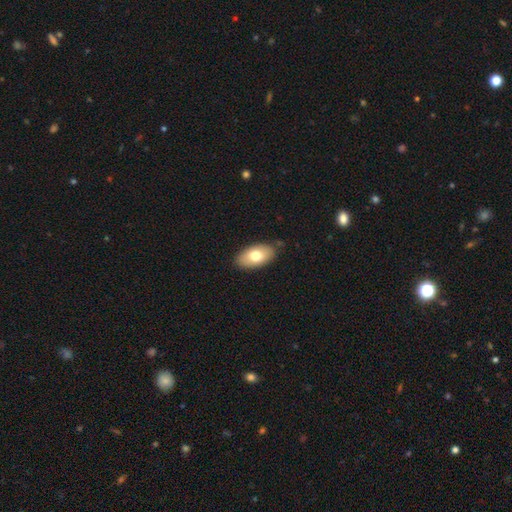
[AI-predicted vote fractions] Morphology: type=smooth (73%); roundness=in between (94%); merging=none (84%).